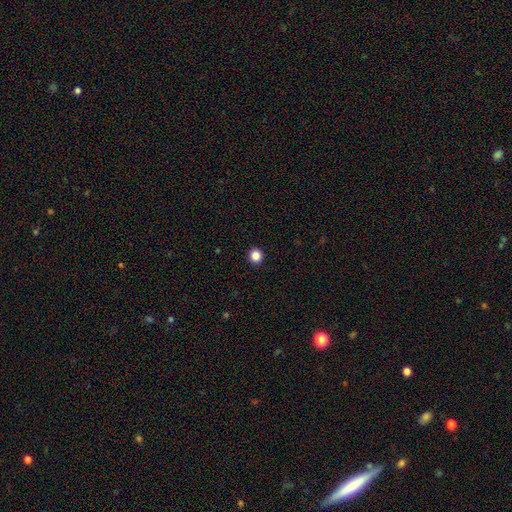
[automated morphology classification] Overall: smooth (86%). How rounded: round (89%). Merging: none (93%).